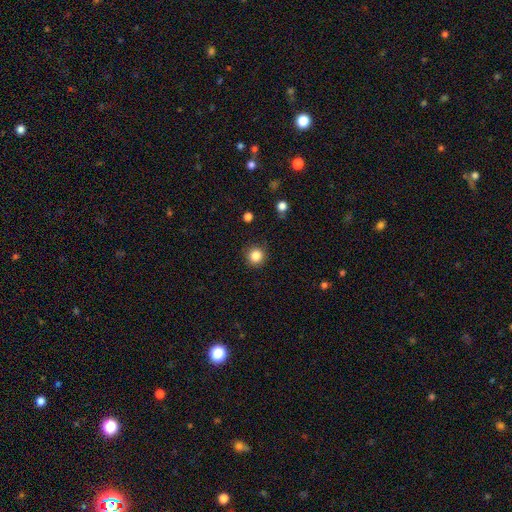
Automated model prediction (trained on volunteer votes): This is clearly a smooth galaxy (85%). How rounded: clearly round (95%). Merging: clearly none (91%).